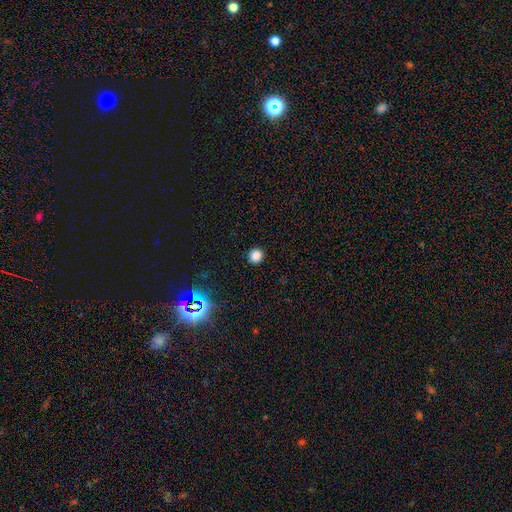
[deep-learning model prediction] smooth-or-featured: smooth: 81% | star or artifact: 15% | featured or disk: 4%
  how-rounded: round: 92% | in between: 7% | cigar-shaped: 1%
  merging: none: 92% | minor disturbance: 5% | major disturbance: 2% | merger: 1%